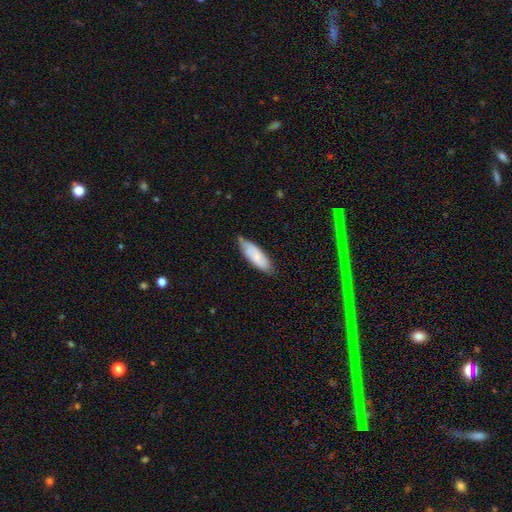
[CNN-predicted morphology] A smooth galaxy with no disk features (65%) that is in between round and cigar-shaped (63%). Merging: none (68%).